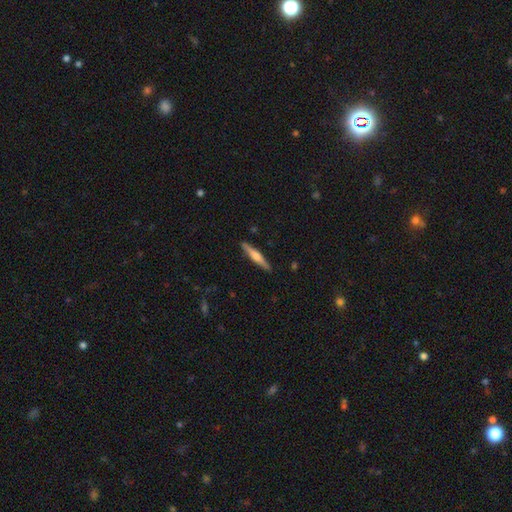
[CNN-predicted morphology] smooth-or-featured: featured or disk: 51% | smooth: 44% | star or artifact: 5%
  disk-edge-on: yes: 97% | no: 3%
  merging: none: 90% | minor disturbance: 7% | major disturbance: 1% | merger: 1%